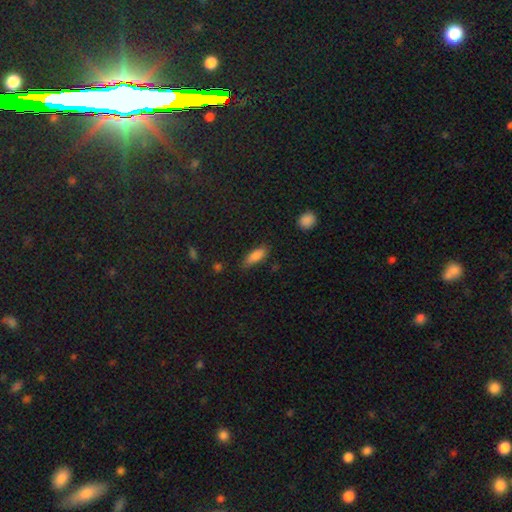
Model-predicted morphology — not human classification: Smooth or featured: smooth — 84% (featured or disk — 9%)
How rounded: in between — 72% (cigar-shaped — 26%)
Merging: none — 70% (minor disturbance — 23%)